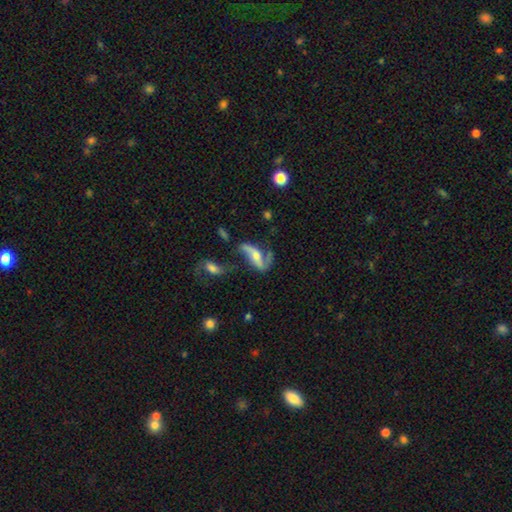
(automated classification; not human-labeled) Smooth or featured: featured or disk — 73% (smooth — 20%)
Edge-on disk: no — 86% (yes — 14%)
Bar: no — 39% (weak — 32%)
Spiral arms: yes — 86% (no — 14%)
Spiral winding: loose — 72% (medium — 20%)
Spiral arm count: 2 — 84% (1 — 8%)
Bulge size: moderate — 50% (small — 33%)
Merging: none — 41% (major disturbance — 24%)